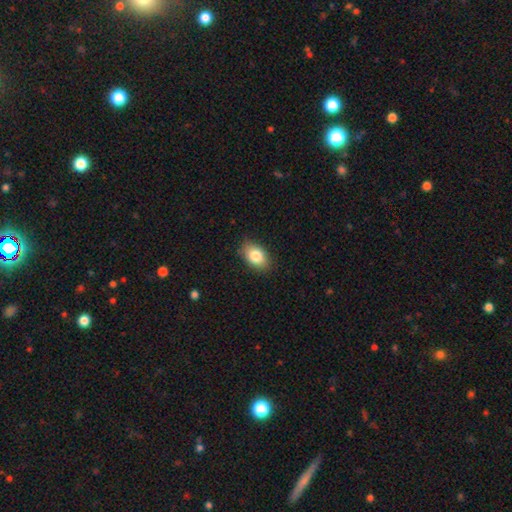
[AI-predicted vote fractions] Smooth or featured: smooth — 83% (featured or disk — 10%)
How rounded: in between — 87% (round — 11%)
Merging: none — 85% (minor disturbance — 12%)